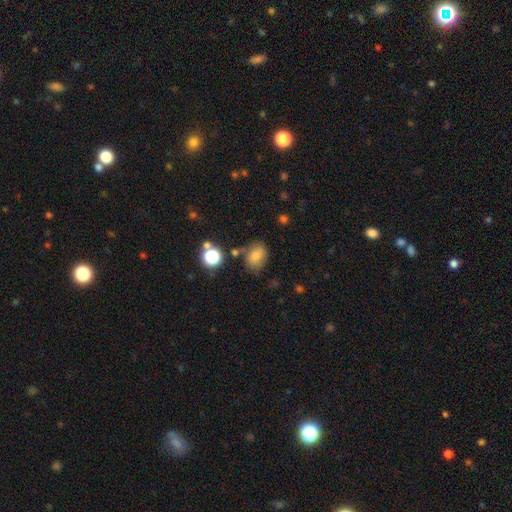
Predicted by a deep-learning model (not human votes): Morphology: type=smooth (75%); roundness=in between (63%); merging=none (71%).